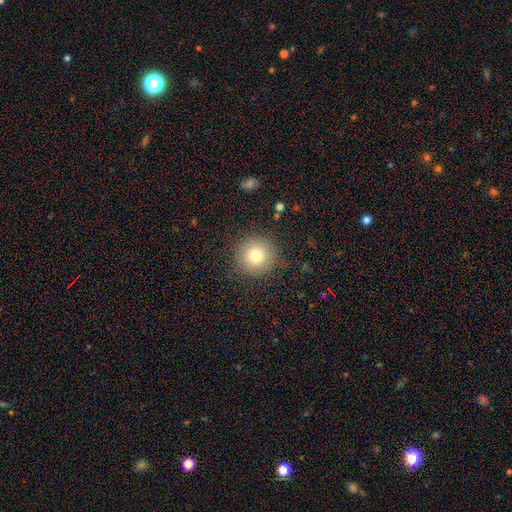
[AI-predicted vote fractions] A smooth galaxy with no disk features (77%) that is round (95%).

Vote fractions:
- Smooth or featured? smooth: 77% / star or artifact: 12% / featured or disk: 12%
- How rounded? round: 95% / in between: 4% / cigar-shaped: 1%
- Merging? none: 87% / minor disturbance: 9% / major disturbance: 3% / merger: 1%